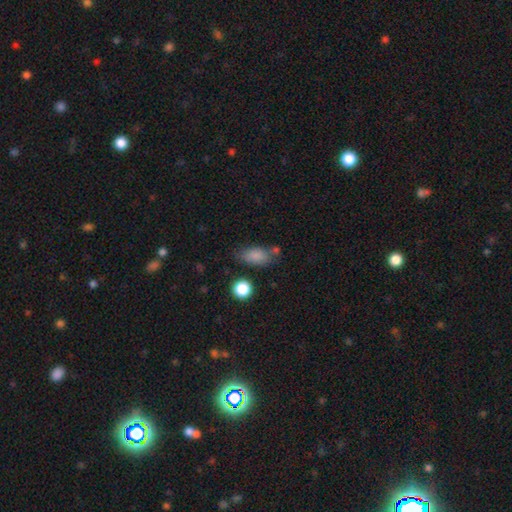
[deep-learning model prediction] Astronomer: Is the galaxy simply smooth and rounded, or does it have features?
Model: smooth — 83%.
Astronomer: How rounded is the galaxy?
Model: in between — 85%.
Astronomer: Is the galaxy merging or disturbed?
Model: none — 59%.